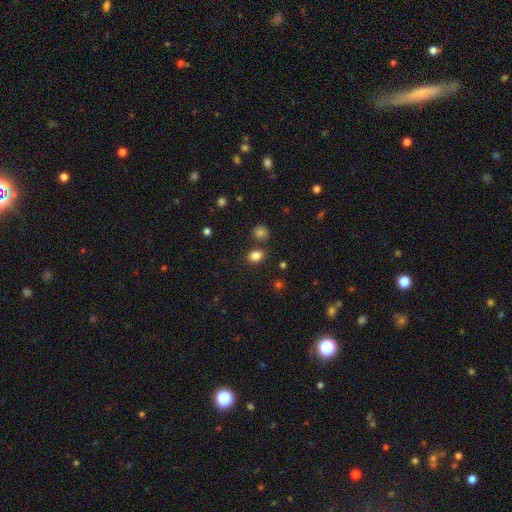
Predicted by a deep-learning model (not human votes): A smooth galaxy with no disk features (83%) that is in between round and cigar-shaped (62%). Merging: none (77%).